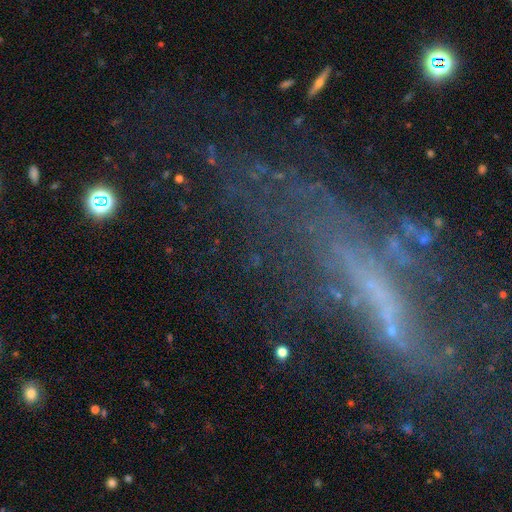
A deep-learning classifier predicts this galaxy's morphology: smooth_or_featured: featured or disk (p=0.43) [alt: star or artifact p=0.35]
merging: none (p=0.55) [alt: major disturbance p=0.21]